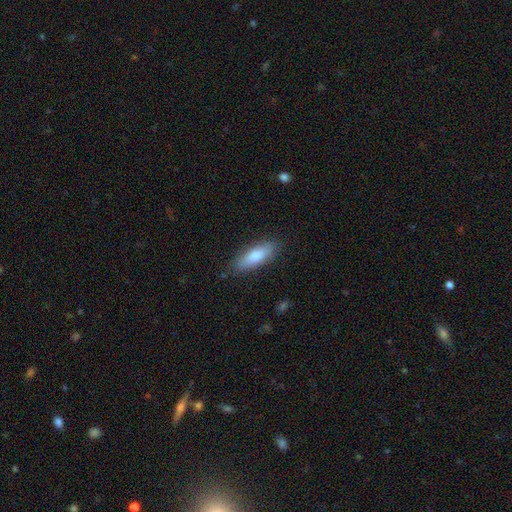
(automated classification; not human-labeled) A smooth galaxy with no disk features (80%) that is in between round and cigar-shaped (59%). Merging: none (83%).